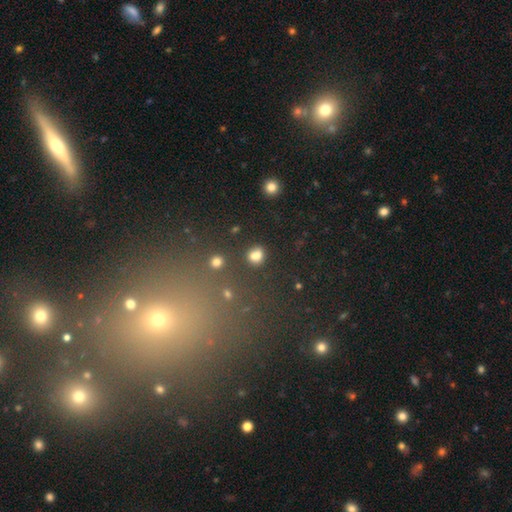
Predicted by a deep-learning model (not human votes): smooth-or-featured: smooth: 79% | star or artifact: 14% | featured or disk: 6%
  how-rounded: round: 62% | in between: 37% | cigar-shaped: 1%
  merging: none: 72% | merger: 12% | minor disturbance: 12% | major disturbance: 5%